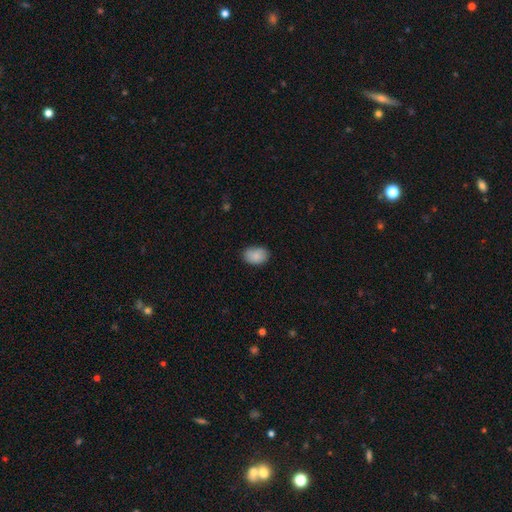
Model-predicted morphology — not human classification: The model was most divided on "merging": none: 76%, minor disturbance: 19%, major disturbance: 3%, merger: 1%. More confident: smooth or featured — smooth (85%); how rounded — in between (83%).